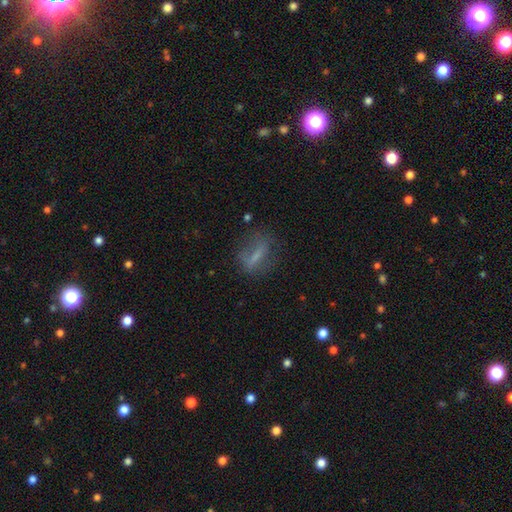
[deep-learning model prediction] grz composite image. It shows a smooth galaxy with no disk features (51%) that is in between round and cigar-shaped (48%). Merging: none (59%).